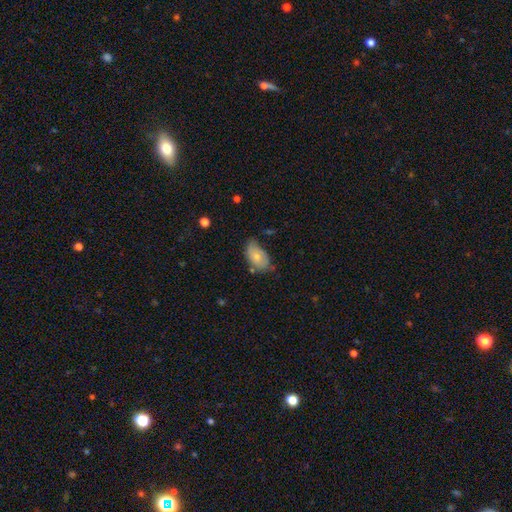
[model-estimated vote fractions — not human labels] smooth 63%, featured or disk 28%, star or artifact 9%. Down the decision tree: how rounded — in between (91%); merging — none (55%).